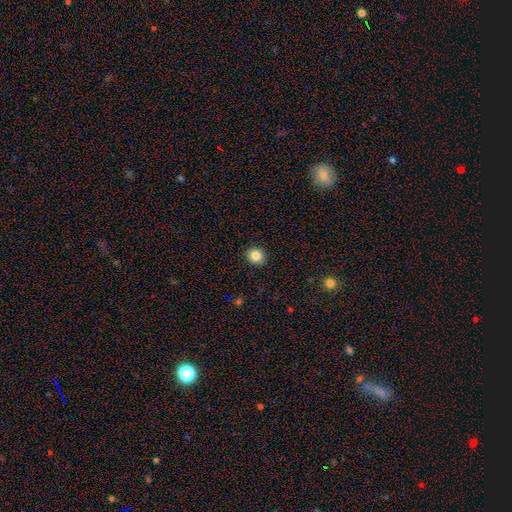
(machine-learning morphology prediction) Smooth or featured? smooth (85%)
How rounded? round (84%)
Merging? none (91%)